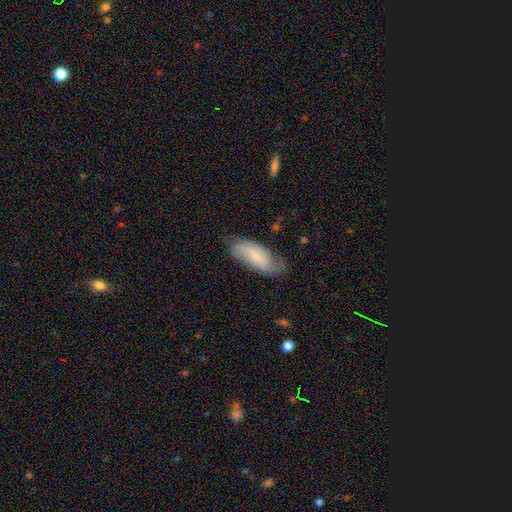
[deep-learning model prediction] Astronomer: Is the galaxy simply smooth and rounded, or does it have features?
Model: featured or disk — 56% (runner-up: smooth, 37%).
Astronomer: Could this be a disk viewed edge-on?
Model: no — 91%.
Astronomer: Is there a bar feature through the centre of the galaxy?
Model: no — 48% (runner-up: weak, 40%).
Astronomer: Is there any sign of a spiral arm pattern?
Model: yes — 89%.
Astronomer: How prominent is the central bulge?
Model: small — 67%.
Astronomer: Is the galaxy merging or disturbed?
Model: none — 67%.